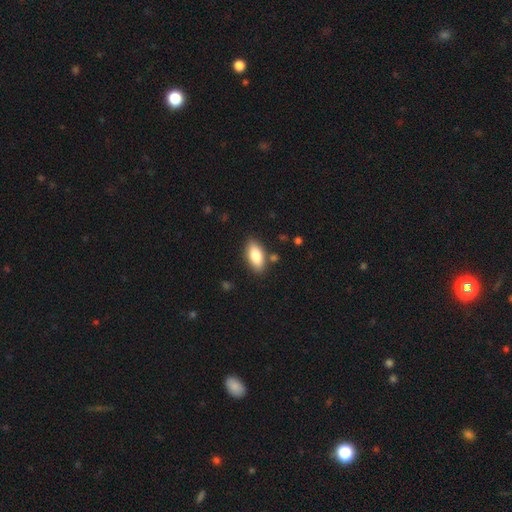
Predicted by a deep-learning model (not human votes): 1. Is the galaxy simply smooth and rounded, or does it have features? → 80% smooth, 13% featured or disk, 7% star or artifact.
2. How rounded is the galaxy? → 88% in between, 9% cigar-shaped, 3% round.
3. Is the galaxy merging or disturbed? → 84% none, 10% minor disturbance, 3% merger, 2% major disturbance.